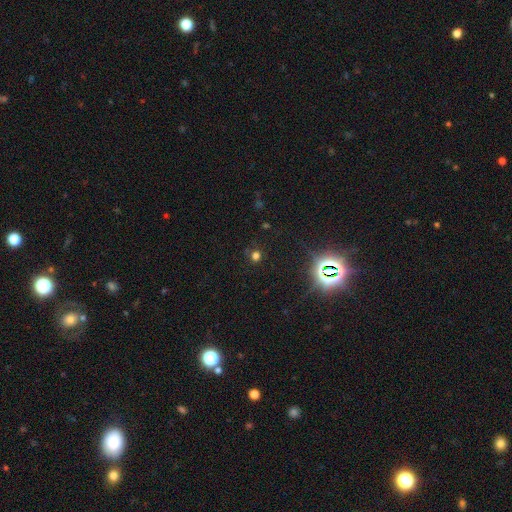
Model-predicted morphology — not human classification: Overall: smooth (55%; star or artifact 38%). How rounded: round (88%). Merging: none (81%).